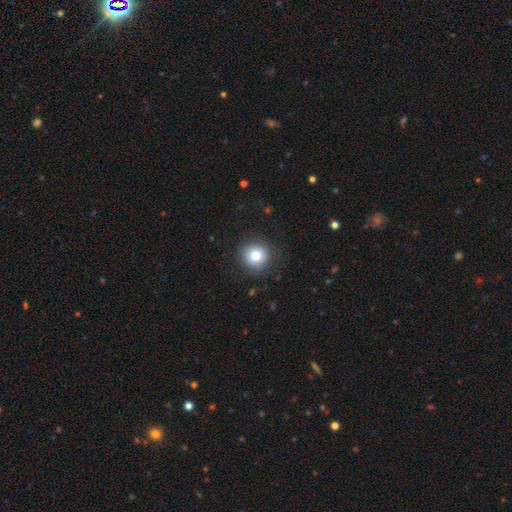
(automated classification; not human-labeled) Smooth or featured: smooth — 76% (featured or disk — 13%)
How rounded: round — 94% (in between — 5%)
Merging: none — 86% (minor disturbance — 9%)